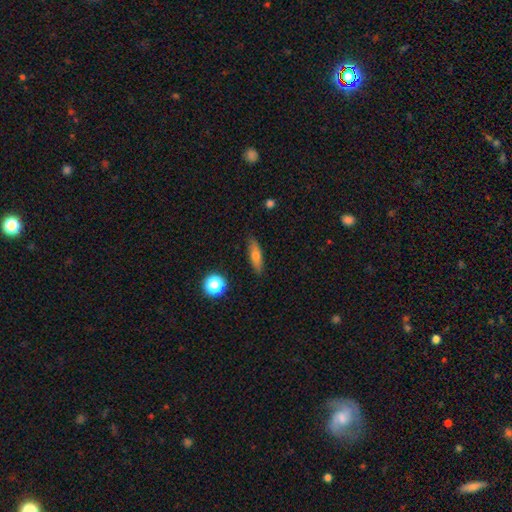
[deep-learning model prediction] Smooth or featured: smooth — 67% (featured or disk — 25%)
How rounded: cigar-shaped — 53% (in between — 43%)
Merging: none — 86% (minor disturbance — 11%)